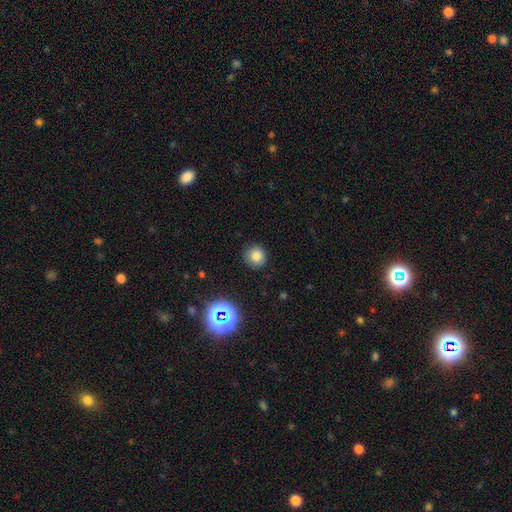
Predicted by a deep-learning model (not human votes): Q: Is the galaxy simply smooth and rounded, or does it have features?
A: smooth — 79%.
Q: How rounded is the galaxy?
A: round — 92%.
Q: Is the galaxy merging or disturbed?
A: none — 87%.